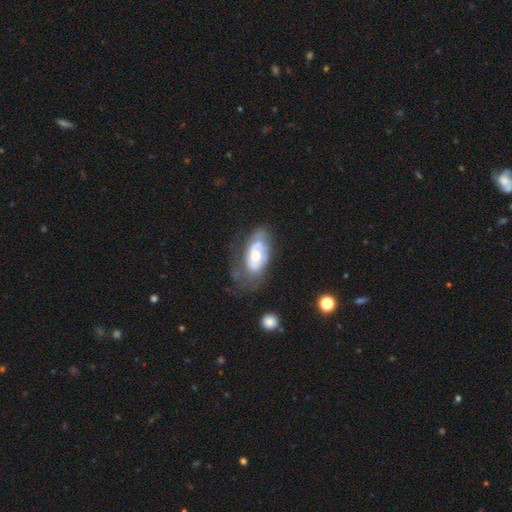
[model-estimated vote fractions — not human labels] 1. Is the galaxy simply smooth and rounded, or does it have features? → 65% featured or disk, 29% smooth, 6% star or artifact.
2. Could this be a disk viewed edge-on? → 93% no, 7% yes.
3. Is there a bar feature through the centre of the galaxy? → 72% no, 23% weak, 5% strong.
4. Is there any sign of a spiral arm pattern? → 69% yes, 31% no.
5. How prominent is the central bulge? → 55% moderate, 28% small, 12% large, 2% none, 2% dominant.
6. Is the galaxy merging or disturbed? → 45% none, 28% minor disturbance, 23% major disturbance, 4% merger.